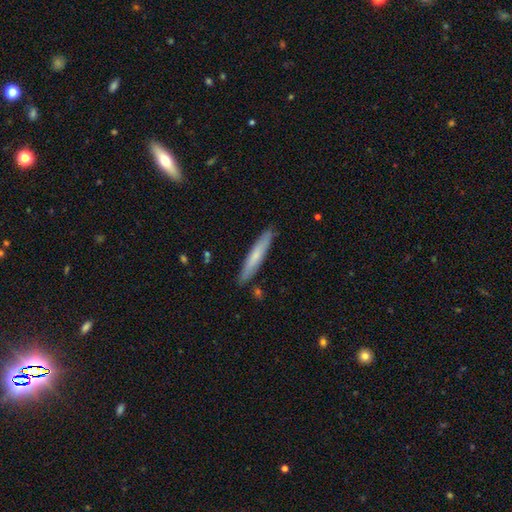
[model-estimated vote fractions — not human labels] Morphology: type=smooth (62%); roundness=cigar-shaped (93%); merging=none (88%).